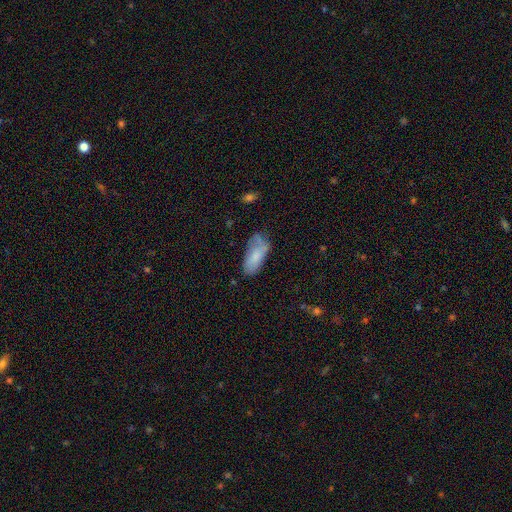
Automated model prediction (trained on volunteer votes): The model was most divided on "merging": none: 49%, minor disturbance: 33%, major disturbance: 14%, merger: 4%. More confident: how rounded — in between (86%); smooth or featured — smooth (71%).